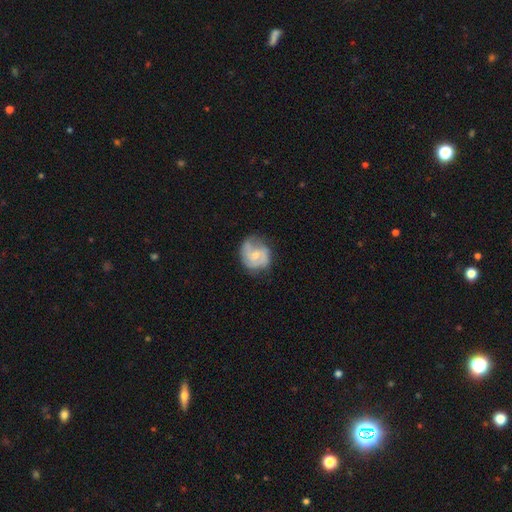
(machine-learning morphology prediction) A featured or disk galaxy (70%) with no bar (62%), 2 (39%) tight (43%) spiral arms (90%) and a small central bulge (54%).

Vote fractions:
- Smooth or featured? featured or disk: 70% / smooth: 24% / star or artifact: 6%
- Edge-on disk? no: 98% / yes: 2%
- Bar? no: 62% / weak: 32% / strong: 6%
- Spiral arms? yes: 90% / no: 10%
- Spiral winding? tight: 43% / medium: 42% / loose: 15%
- Spiral arm count? 2: 39% / 3: 27% / can't tell: 21% / 1: 5% / 4: 4% / more than 4: 3%
- Bulge size? small: 54% / moderate: 42% / none: 2% / large: 1% / dominant: 1%
- Merging? none: 63% / minor disturbance: 26% / major disturbance: 10% / merger: 1%